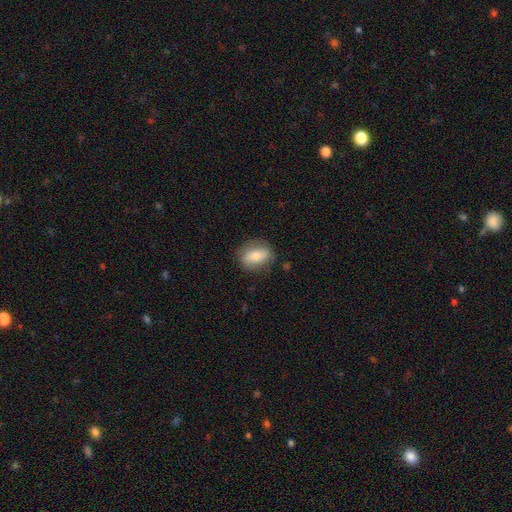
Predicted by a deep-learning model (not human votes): Smooth or featured?
  - smooth: 73% *
  - featured or disk: 20%
  - star or artifact: 7%
How rounded?
  - in between: 75% *
  - round: 21%
  - cigar-shaped: 4%
Merging?
  - none: 78% *
  - minor disturbance: 16%
  - major disturbance: 5%
  - merger: 1%